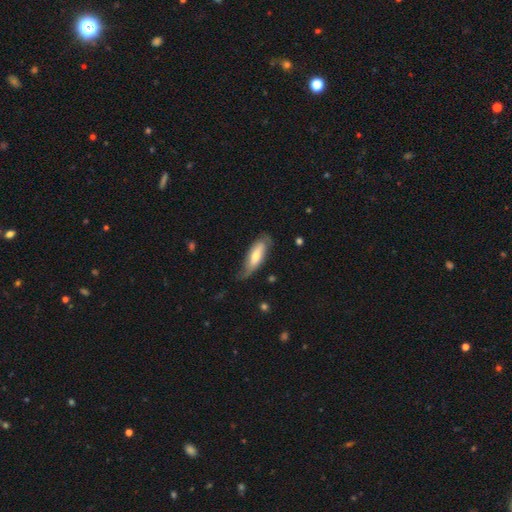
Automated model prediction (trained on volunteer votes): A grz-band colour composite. It shows a smooth galaxy with no disk features (53%) that is in between round and cigar-shaped (62%). Merging: none (58%).